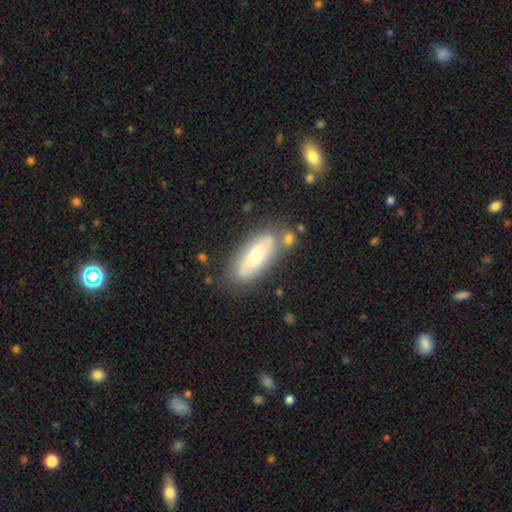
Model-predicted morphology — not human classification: smooth 52%, featured or disk 42%, star or artifact 6%. Down the decision tree: how rounded — in between (76%); merging — none (70%).